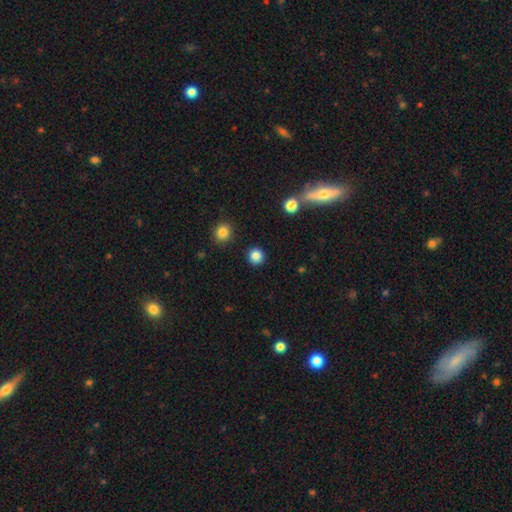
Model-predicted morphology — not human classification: A smooth galaxy with no disk features (85%) that is round (92%).

Vote fractions:
- Smooth or featured? smooth: 85% / star or artifact: 11% / featured or disk: 4%
- How rounded? round: 92% / in between: 7% / cigar-shaped: 1%
- Merging? none: 91% / minor disturbance: 5% / major disturbance: 2% / merger: 2%